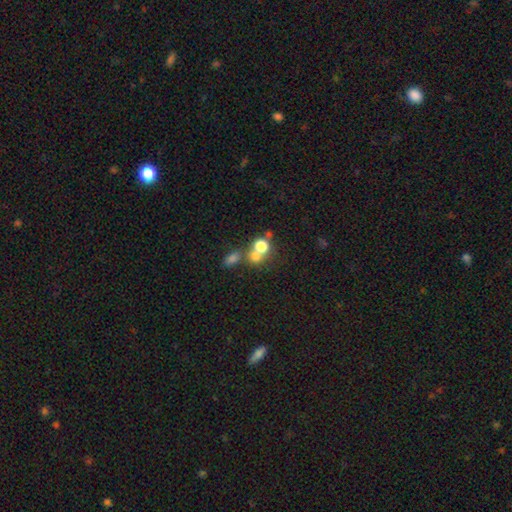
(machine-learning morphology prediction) A smooth galaxy with no disk features (69%) that is round (78%).

Vote fractions:
- Smooth or featured? smooth: 69% / star or artifact: 18% / featured or disk: 13%
- How rounded? round: 78% / in between: 20% / cigar-shaped: 1%
- Merging? merger: 46% / none: 42% / minor disturbance: 7% / major disturbance: 5%